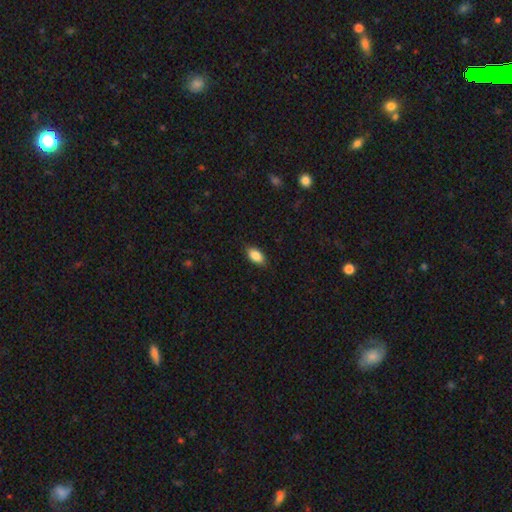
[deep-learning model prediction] This appears to be a smooth galaxy with no disk features (85%) that is in between round and cigar-shaped (90%). Merging: none (84%).